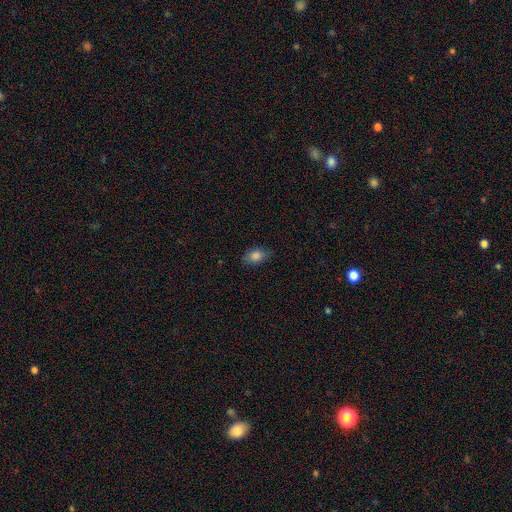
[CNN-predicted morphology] Smooth or featured? smooth (83%)
How rounded? in between (86%)
Merging? none (79%)